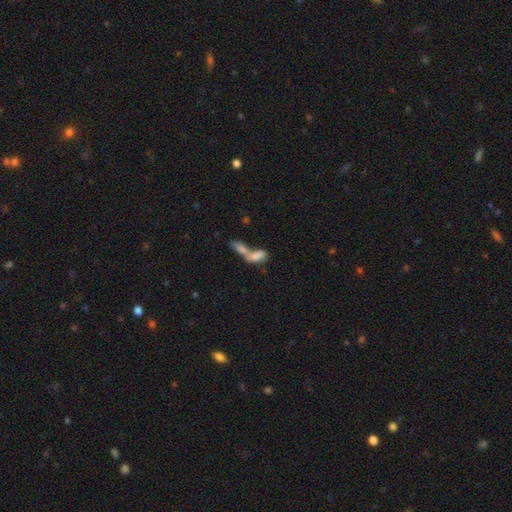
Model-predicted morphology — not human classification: Smooth or featured?
  - smooth: 70% *
  - featured or disk: 20%
  - star or artifact: 10%
How rounded?
  - in between: 76% *
  - cigar-shaped: 18%
  - round: 6%
Merging?
  - merger: 78% *
  - none: 12%
  - major disturbance: 5%
  - minor disturbance: 5%